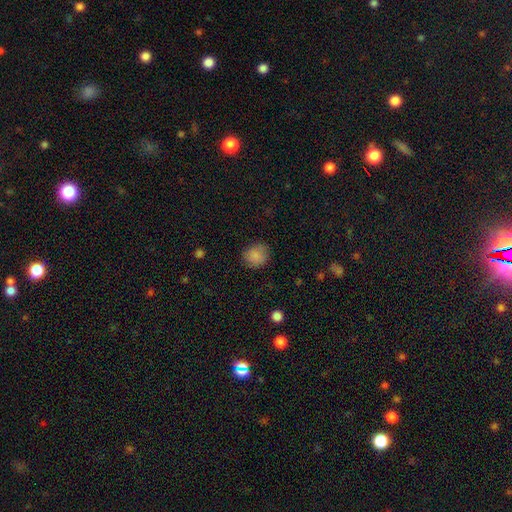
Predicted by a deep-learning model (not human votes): smooth-or-featured: smooth: 85% | star or artifact: 10% | featured or disk: 6%
  how-rounded: round: 78% | in between: 21% | cigar-shaped: 1%
  merging: none: 78% | minor disturbance: 16% | major disturbance: 4% | merger: 1%